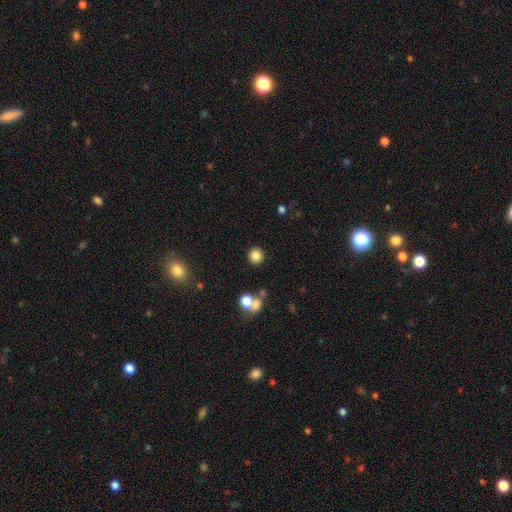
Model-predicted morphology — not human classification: Smooth or featured? smooth (83%)
How rounded? round (93%)
Merging? none (88%)